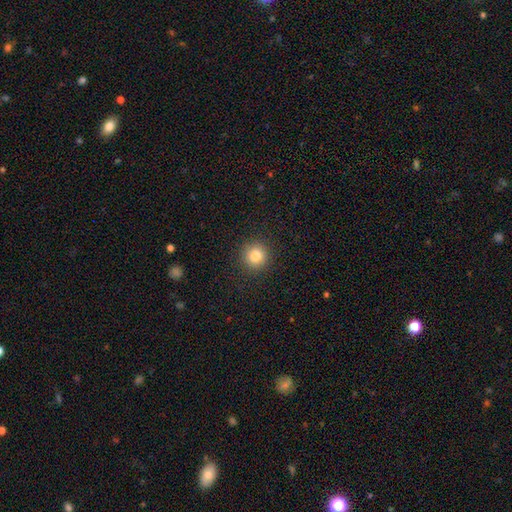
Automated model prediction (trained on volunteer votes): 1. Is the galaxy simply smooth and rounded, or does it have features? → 83% smooth, 11% star or artifact, 6% featured or disk.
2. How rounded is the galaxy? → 94% round, 5% in between, 1% cigar-shaped.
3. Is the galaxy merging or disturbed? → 92% none, 5% minor disturbance, 2% major disturbance, 1% merger.